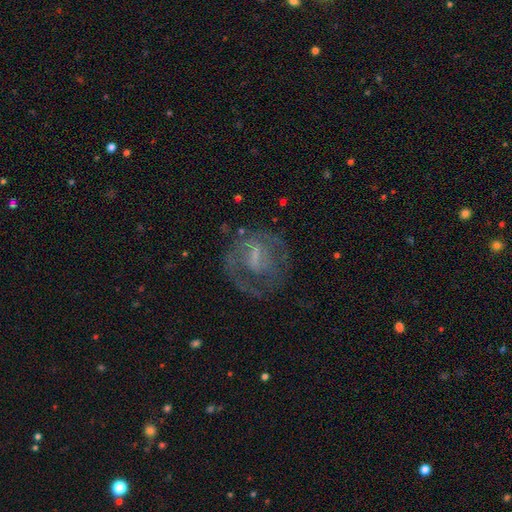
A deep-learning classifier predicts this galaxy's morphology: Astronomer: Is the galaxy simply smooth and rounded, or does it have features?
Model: featured or disk — 70%.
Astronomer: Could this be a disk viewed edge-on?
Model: no — 96%.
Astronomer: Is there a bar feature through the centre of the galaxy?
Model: weak — 47% (runner-up: no, 28%).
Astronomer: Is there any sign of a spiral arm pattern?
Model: yes — 70%.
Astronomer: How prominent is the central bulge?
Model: small — 39% (runner-up: none, 36%).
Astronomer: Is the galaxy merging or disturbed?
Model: none — 55%.